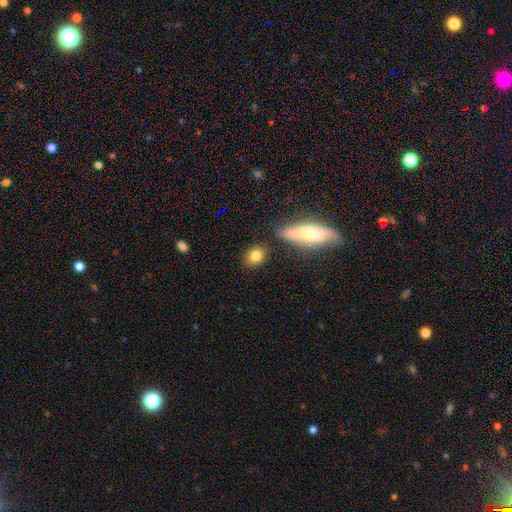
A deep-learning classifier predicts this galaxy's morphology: A smooth galaxy with no disk features (80%) that is in between round and cigar-shaped (52%). Merging: none (82%).